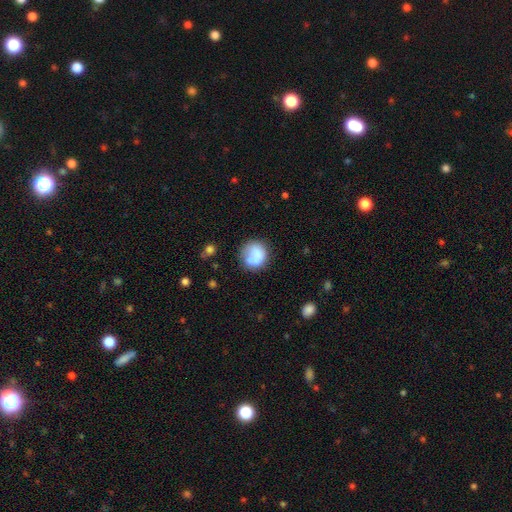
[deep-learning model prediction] The model was most divided on "merging": none: 55%, minor disturbance: 20%, merger: 14%, major disturbance: 11%. More confident: how rounded — round (82%); smooth or featured — smooth (75%).